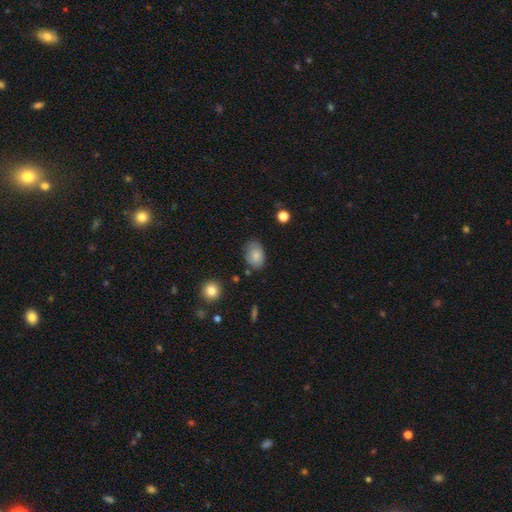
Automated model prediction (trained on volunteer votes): Overall: smooth (82%). How rounded: in between (83%). Merging: none (71%).